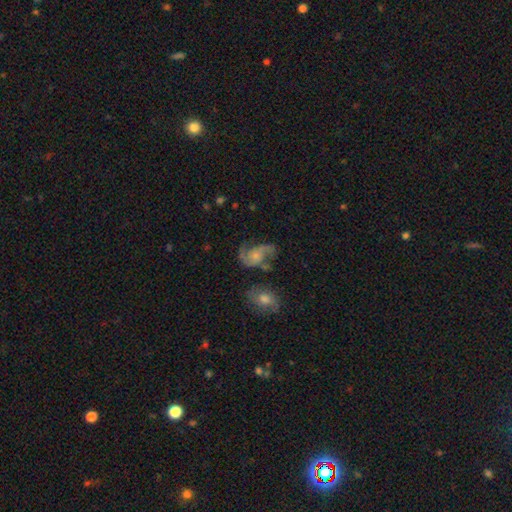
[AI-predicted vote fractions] Overall: featured or disk (74%). Edge-on disk: no (97%). Bar: no (69%). Spiral arms: yes (91%). Spiral arm count: 2 (83%). Spiral winding: medium (44%; loose 43%). Bulge size: small (45%; moderate 35%). Merging: none (46%; minor disturbance 23%).